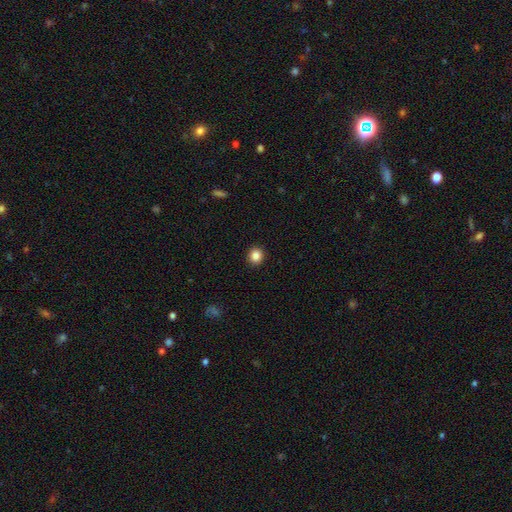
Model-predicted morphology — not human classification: A smooth galaxy with no disk features (85%) that is round (86%).

Vote fractions:
- Smooth or featured? smooth: 85% / star or artifact: 10% / featured or disk: 5%
- How rounded? round: 86% / in between: 13% / cigar-shaped: 1%
- Merging? none: 93% / minor disturbance: 5% / major disturbance: 2% / merger: 1%